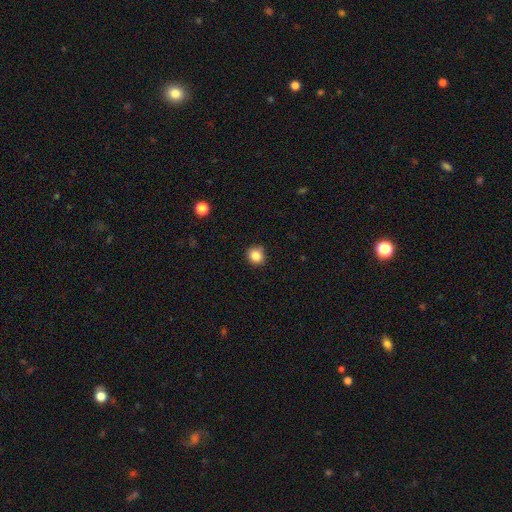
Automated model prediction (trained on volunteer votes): Morphology: type=smooth (85%); roundness=round (83%); merging=none (84%).